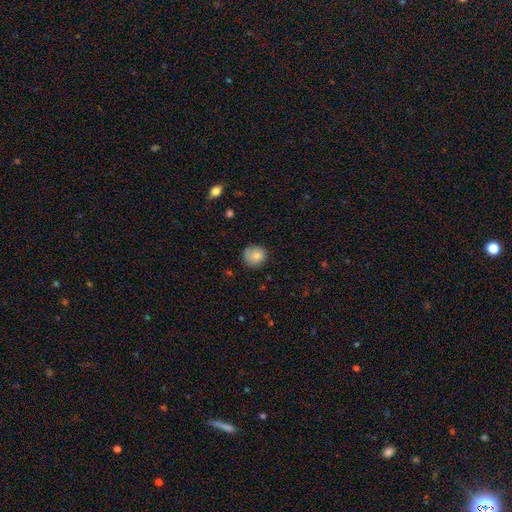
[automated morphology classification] A smooth galaxy with no disk features (81%) that is round (87%). Merging: none (76%).